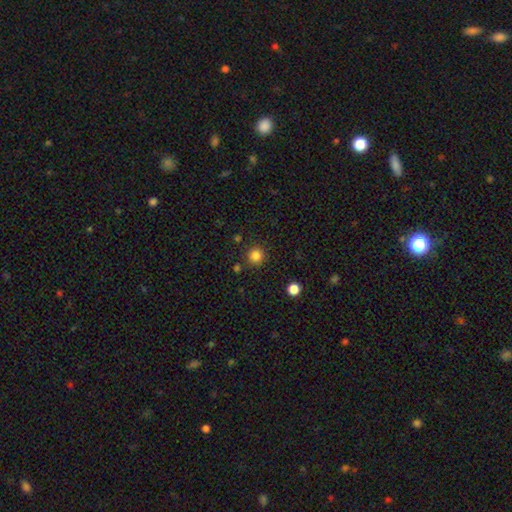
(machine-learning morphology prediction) Smooth or featured? Predicted: smooth (p=0.83). How rounded? Predicted: round (p=0.94). Merging? Predicted: none (p=0.88).